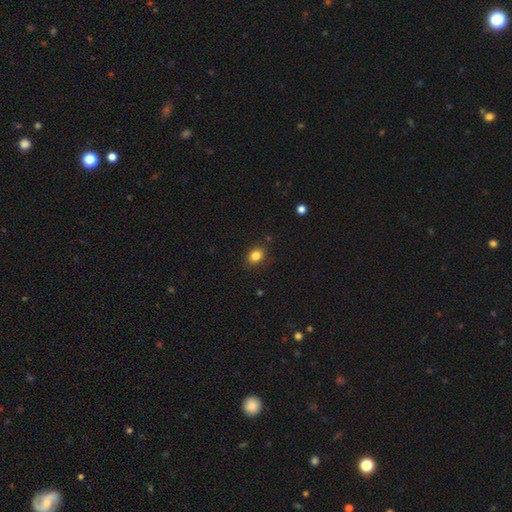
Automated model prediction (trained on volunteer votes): Q: Smooth or featured?
A: smooth (84%); runner-up: star or artifact (11%)
Q: How rounded?
A: in between (53%); runner-up: round (46%)
Q: Merging?
A: none (86%); runner-up: minor disturbance (10%)